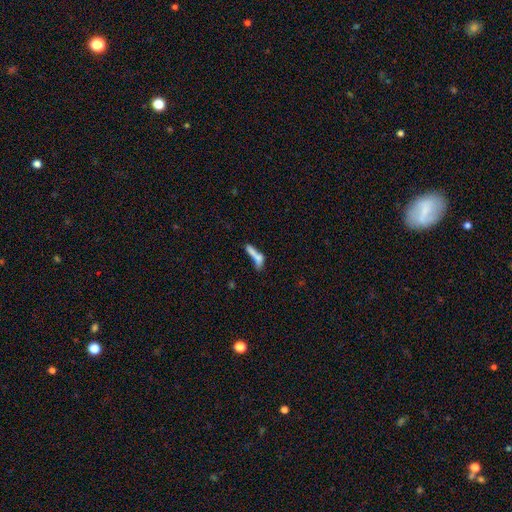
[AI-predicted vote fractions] Q: Smooth or featured?
A: smooth (64%); runner-up: featured or disk (25%)
Q: How rounded?
A: cigar-shaped (66%); runner-up: in between (30%)
Q: Merging?
A: merger (48%); runner-up: none (25%)